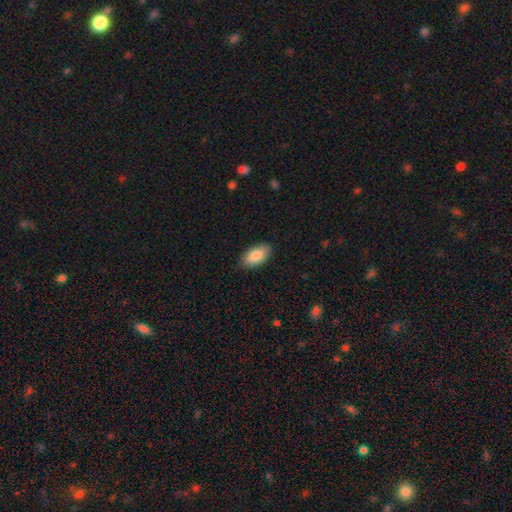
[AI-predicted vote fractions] smooth-or-featured: smooth: 86% | featured or disk: 8% | star or artifact: 6%
  how-rounded: in between: 94% | cigar-shaped: 4% | round: 2%
  merging: none: 87% | minor disturbance: 10% | major disturbance: 2% | merger: 1%